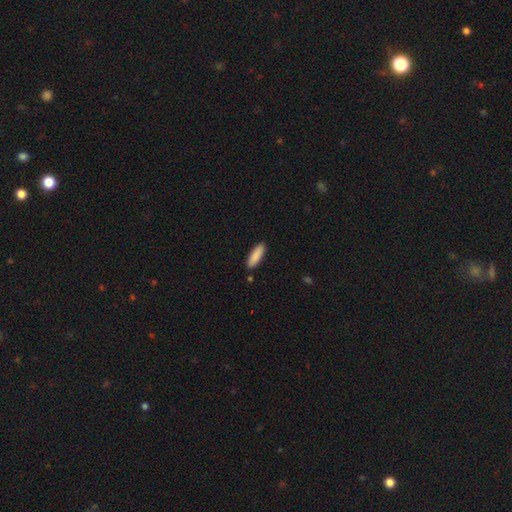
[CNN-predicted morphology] A smooth galaxy with no disk features (88%) that is cigar-shaped (54%). Merging: none (87%).